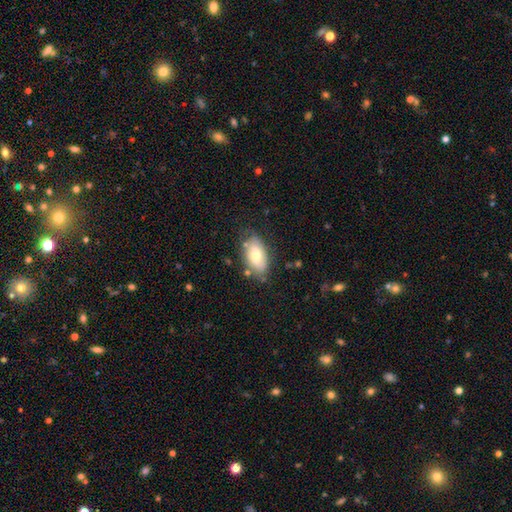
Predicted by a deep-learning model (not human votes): Morphology: type=smooth (65%); roundness=in between (93%); merging=none (71%).